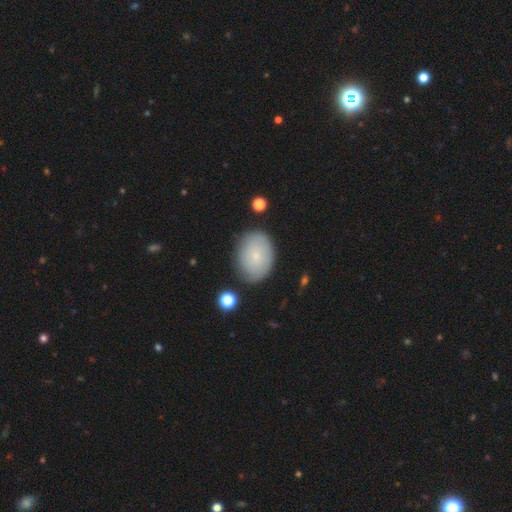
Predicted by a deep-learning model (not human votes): Q: Smooth or featured?
A: smooth (74%); runner-up: featured or disk (18%)
Q: How rounded?
A: in between (75%); runner-up: round (23%)
Q: Merging?
A: none (80%); runner-up: minor disturbance (14%)